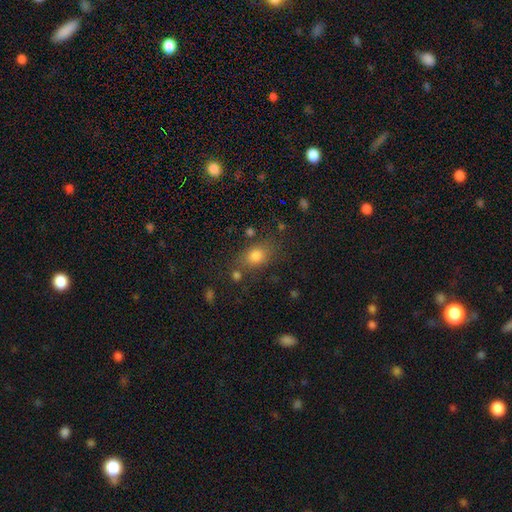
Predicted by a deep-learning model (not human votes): Q: Smooth or featured?
A: smooth (76%); runner-up: star or artifact (15%)
Q: How rounded?
A: in between (59%); runner-up: round (38%)
Q: Merging?
A: none (73%); runner-up: minor disturbance (14%)